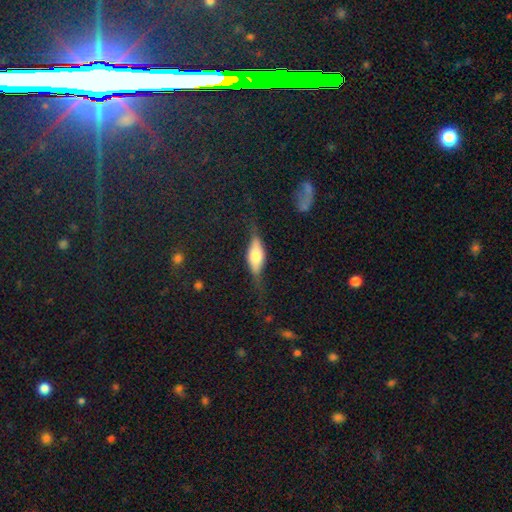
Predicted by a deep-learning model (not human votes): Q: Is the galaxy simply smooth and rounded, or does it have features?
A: featured or disk — 53%.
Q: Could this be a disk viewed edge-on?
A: yes — 80%.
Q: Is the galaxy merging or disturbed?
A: none — 62%.